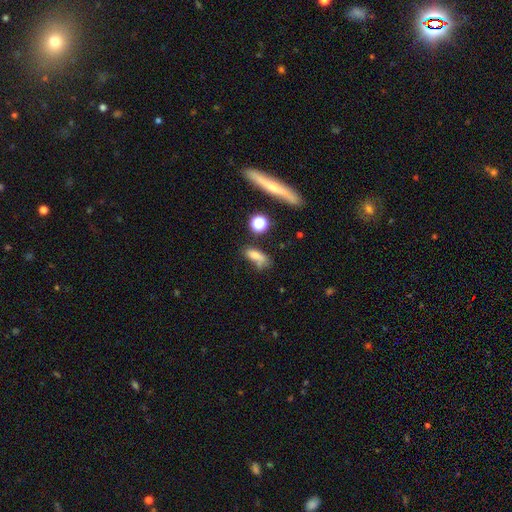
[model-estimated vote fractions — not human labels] This appears to be a smooth galaxy with no disk features (70%) that is in between round and cigar-shaped (62%). Merging: none (44%).